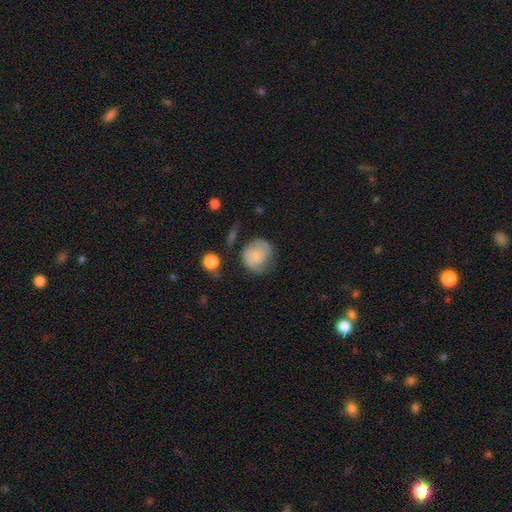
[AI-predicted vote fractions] Smooth or featured? smooth (63%)
How rounded? round (77%)
Merging? none (49%)